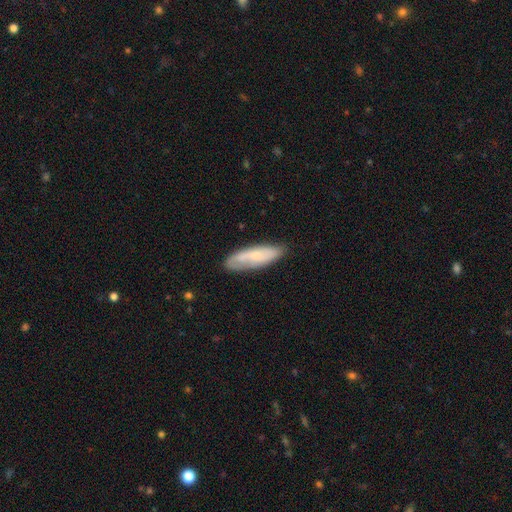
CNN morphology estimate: A smooth galaxy with no disk features (58%) that is in between round and cigar-shaped (50%). Merging: none (75%).